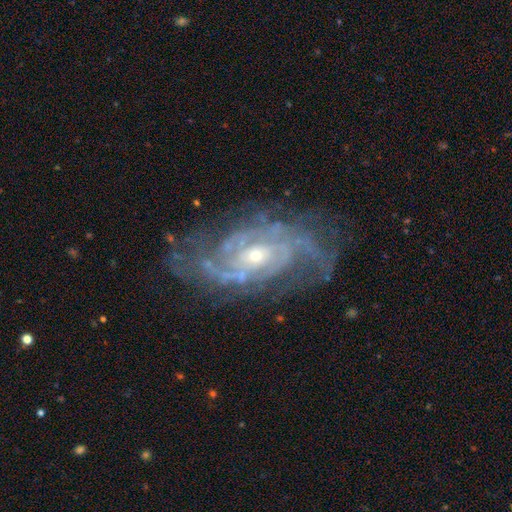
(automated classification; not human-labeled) The model was most divided on "spiral arm count": 2: 32%, can't tell: 25%, 3: 18%, 4: 12%, more than 4: 7%, 1: 6%. More confident: spiral arms — yes (97%); edge-on disk — no (96%); smooth or featured — featured or disk (90%); merging — none (66%); bar — no (63%); bulge size — small (62%); spiral winding — tight (59%).